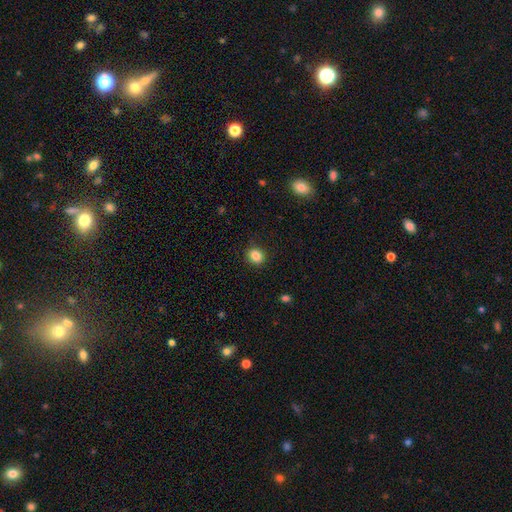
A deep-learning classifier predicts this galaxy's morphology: smooth_or_featured: smooth (p=0.84) [alt: star or artifact p=0.11]
how_rounded: round (p=0.74) [alt: in between p=0.25]
merging: none (p=0.88) [alt: minor disturbance p=0.08]